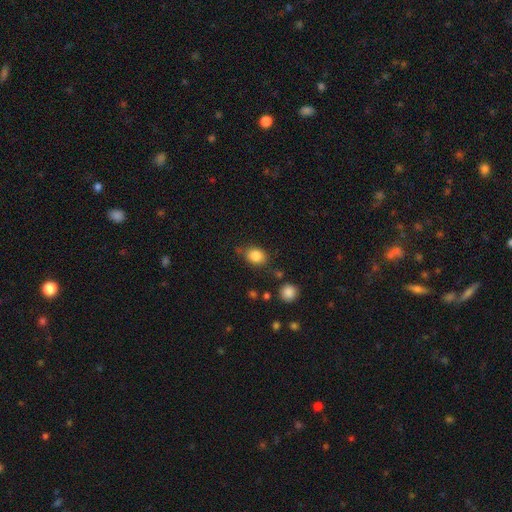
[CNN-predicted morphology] Q: Smooth or featured?
A: smooth (85%); runner-up: star or artifact (9%)
Q: How rounded?
A: in between (55%); runner-up: round (44%)
Q: Merging?
A: none (72%); runner-up: minor disturbance (18%)